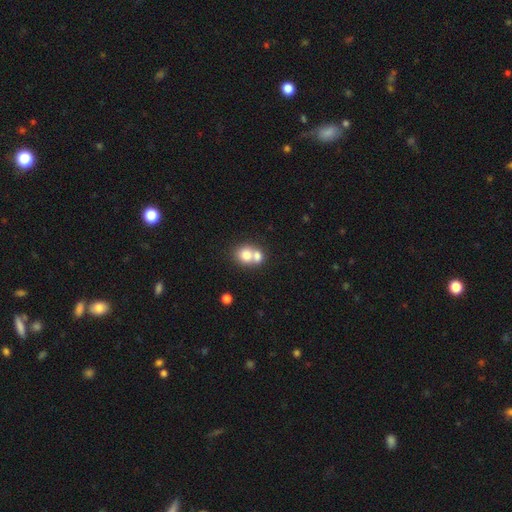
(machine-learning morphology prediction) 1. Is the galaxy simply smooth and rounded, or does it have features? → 74% smooth, 16% featured or disk, 10% star or artifact.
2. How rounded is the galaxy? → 64% round, 35% in between, 1% cigar-shaped.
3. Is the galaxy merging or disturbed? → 62% merger, 28% none, 6% minor disturbance, 3% major disturbance.